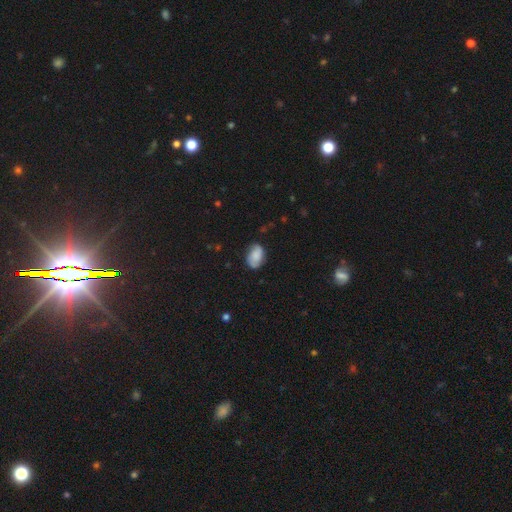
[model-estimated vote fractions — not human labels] A smooth galaxy with no disk features (70%) that is in between round and cigar-shaped (86%).

Vote fractions:
- Smooth or featured? smooth: 70% / featured or disk: 22% / star or artifact: 8%
- How rounded? in between: 86% / round: 13% / cigar-shaped: 1%
- Merging? none: 72% / minor disturbance: 22% / major disturbance: 5% / merger: 1%